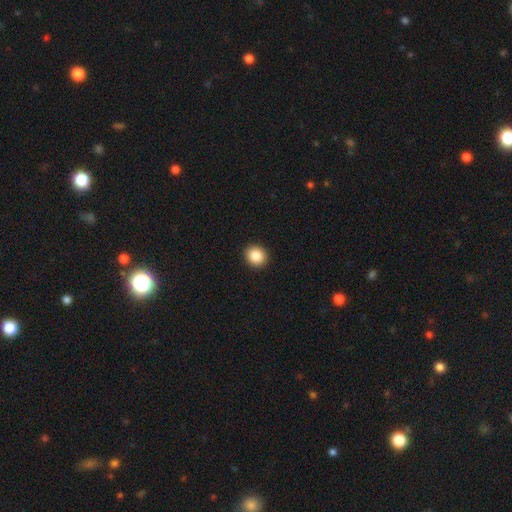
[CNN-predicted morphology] This is clearly a smooth galaxy (87%). How rounded: likely round (77%). Merging: clearly none (92%).